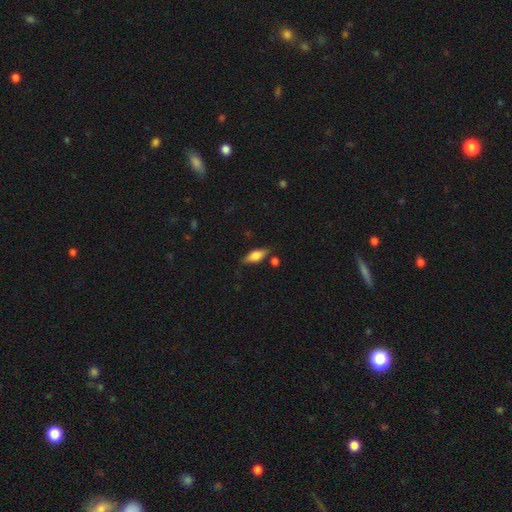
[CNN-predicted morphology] This is likely a smooth galaxy (61%). How rounded: likely in between (72%). Merging: likely none (75%).